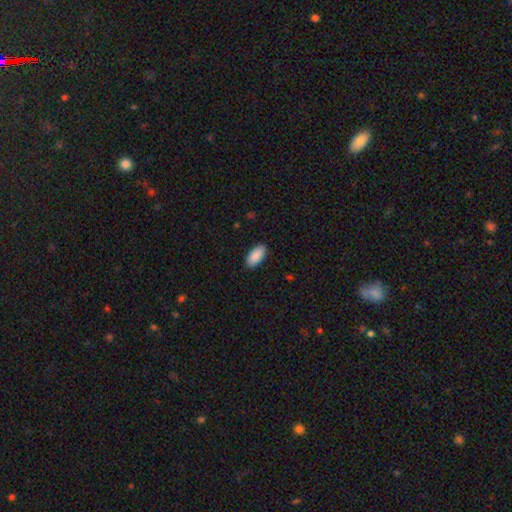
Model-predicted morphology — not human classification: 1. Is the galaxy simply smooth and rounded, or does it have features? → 91% smooth, 6% star or artifact, 3% featured or disk.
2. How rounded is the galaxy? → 93% in between, 5% cigar-shaped, 2% round.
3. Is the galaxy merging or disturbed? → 89% none, 8% minor disturbance, 2% major disturbance, 1% merger.